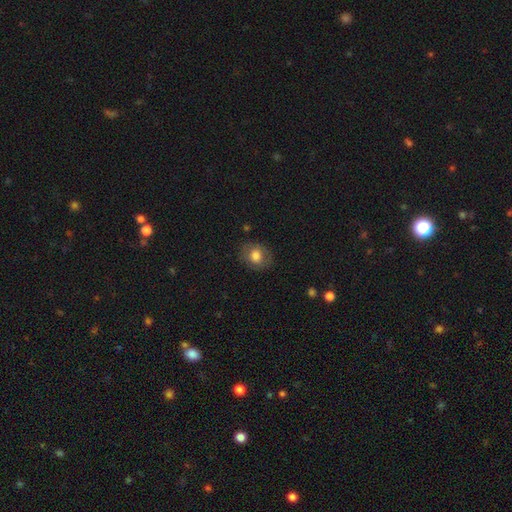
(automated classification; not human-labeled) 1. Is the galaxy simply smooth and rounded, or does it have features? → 76% smooth, 16% featured or disk, 9% star or artifact.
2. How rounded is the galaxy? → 60% round, 40% in between, 1% cigar-shaped.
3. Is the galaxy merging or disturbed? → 82% none, 13% minor disturbance, 4% major disturbance, 1% merger.